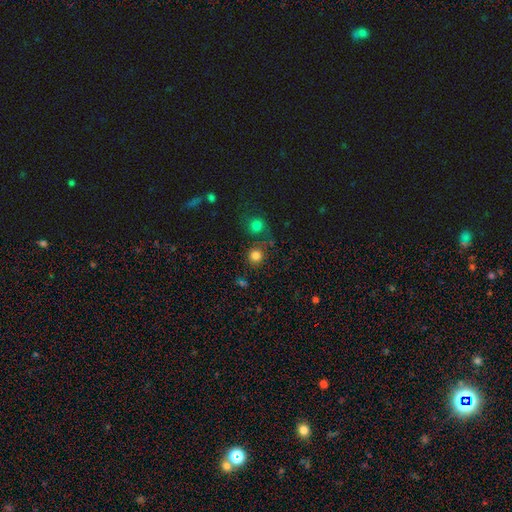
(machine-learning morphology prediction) smooth 81%, star or artifact 13%, featured or disk 6%. Down the decision tree: how rounded — round (90%); merging — none (72%).